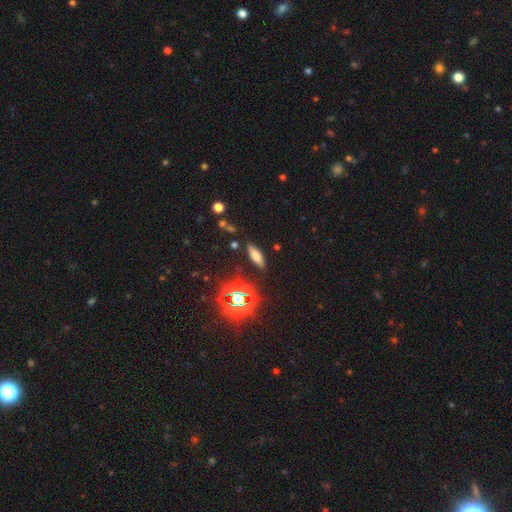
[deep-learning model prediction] smooth_or_featured: smooth (p=0.59) [alt: star or artifact p=0.21]
how_rounded: in between (p=0.50) [alt: cigar-shaped p=0.46]
merging: none (p=0.85) [alt: minor disturbance p=0.10]